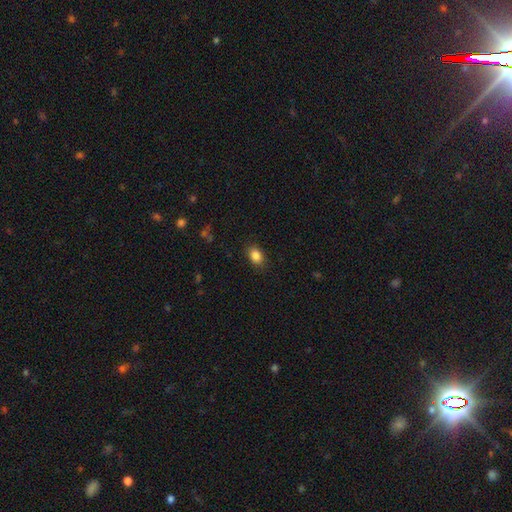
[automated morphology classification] Smooth or featured?
  - smooth: 86% *
  - star or artifact: 9%
  - featured or disk: 5%
How rounded?
  - in between: 77% *
  - round: 21%
  - cigar-shaped: 1%
Merging?
  - none: 87% *
  - minor disturbance: 10%
  - major disturbance: 3%
  - merger: 1%